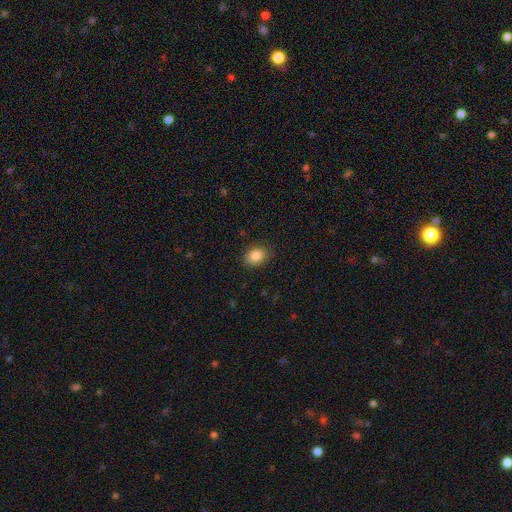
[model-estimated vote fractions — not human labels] Smooth or featured?
  - smooth: 86% *
  - star or artifact: 9%
  - featured or disk: 5%
How rounded?
  - in between: 59% *
  - round: 40%
  - cigar-shaped: 1%
Merging?
  - none: 86% *
  - minor disturbance: 11%
  - major disturbance: 3%
  - merger: 1%